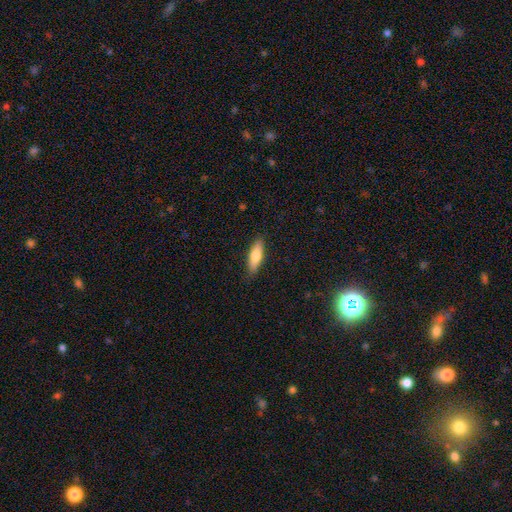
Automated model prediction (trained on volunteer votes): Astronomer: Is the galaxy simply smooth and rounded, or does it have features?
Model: smooth — 72%.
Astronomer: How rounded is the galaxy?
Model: cigar-shaped — 51% (runner-up: in between, 47%).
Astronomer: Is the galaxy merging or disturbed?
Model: none — 86%.